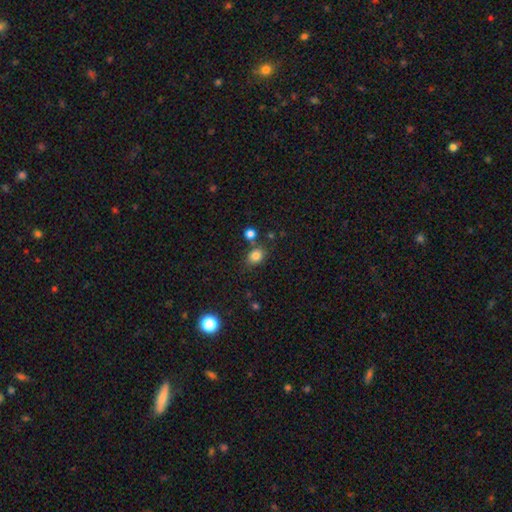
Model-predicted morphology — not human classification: Q: Smooth or featured?
A: smooth (82%); runner-up: star or artifact (12%)
Q: How rounded?
A: in between (51%); runner-up: round (48%)
Q: Merging?
A: none (72%); runner-up: minor disturbance (13%)